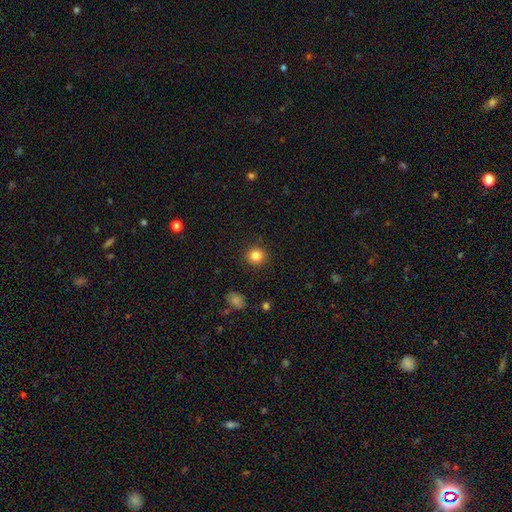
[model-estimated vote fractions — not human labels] smooth 84%, star or artifact 11%, featured or disk 5%. Down the decision tree: how rounded — round (92%); merging — none (91%).